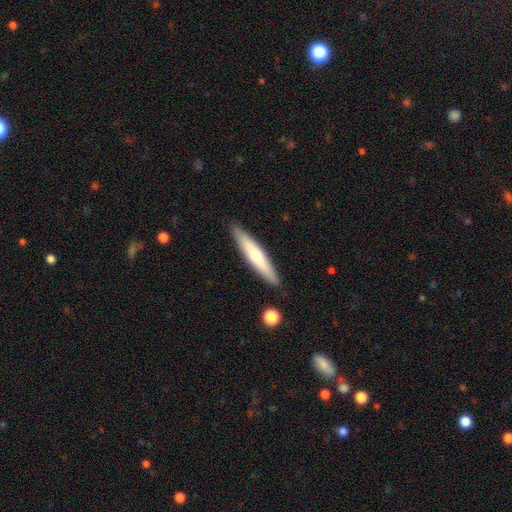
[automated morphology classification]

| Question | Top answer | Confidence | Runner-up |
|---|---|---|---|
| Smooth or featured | smooth | 54% | featured or disk (40%) |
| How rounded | cigar-shaped | 88% | in between (11%) |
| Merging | none | 89% | minor disturbance (8%) |